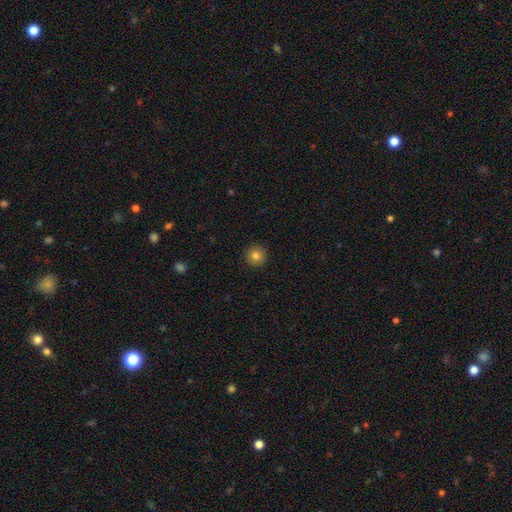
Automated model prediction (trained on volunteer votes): This appears to be a smooth galaxy with no disk features (82%) that is round (95%). Merging: none (93%).